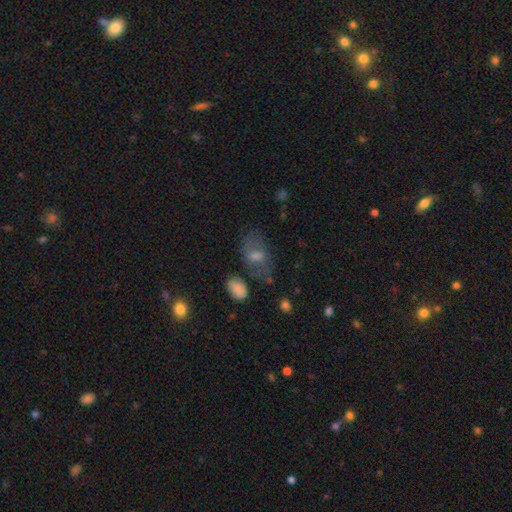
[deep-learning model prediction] Morphology: type=smooth (49%); merging=none (58%).